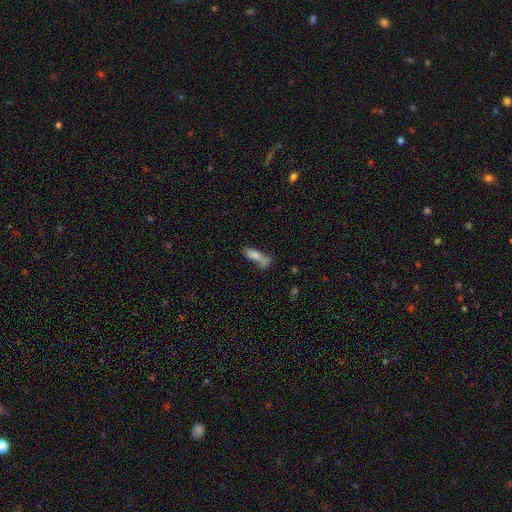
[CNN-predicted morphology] Smooth or featured? smooth (69%)
How rounded? in between (59%)
Merging? none (35%)